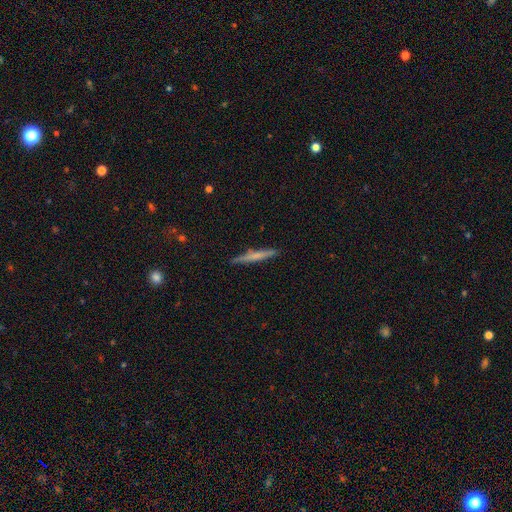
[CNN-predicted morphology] Q: Smooth or featured?
A: smooth (51%); runner-up: featured or disk (42%)
Q: How rounded?
A: cigar-shaped (95%); runner-up: in between (3%)
Q: Merging?
A: none (88%); runner-up: minor disturbance (9%)